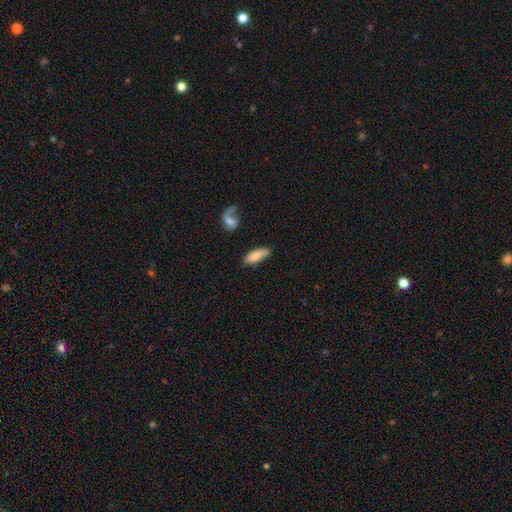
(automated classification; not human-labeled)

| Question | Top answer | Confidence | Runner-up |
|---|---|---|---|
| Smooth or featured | smooth | 78% | featured or disk (16%) |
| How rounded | in between | 72% | cigar-shaped (25%) |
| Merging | none | 74% | minor disturbance (17%) |